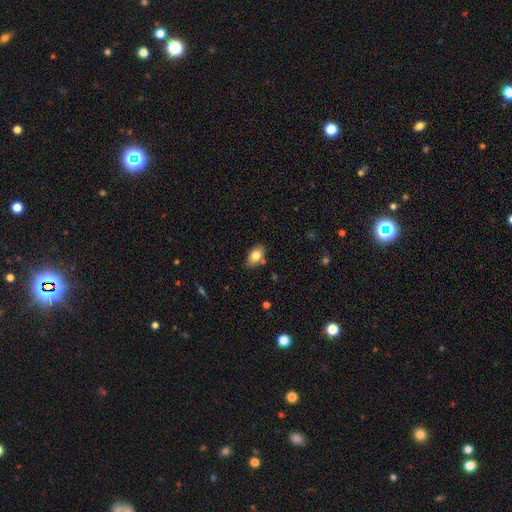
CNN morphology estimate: This is likely a smooth galaxy (79%). How rounded: clearly in between (86%). Merging: likely none (74%).